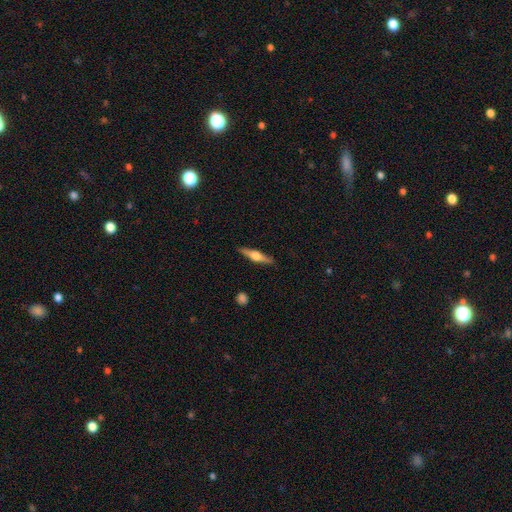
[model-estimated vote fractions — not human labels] A featured or disk galaxy (66%) viewed edge-on (97%) with a rounded central bulge (92%).

Vote fractions:
- Smooth or featured? featured or disk: 66% / smooth: 28% / star or artifact: 6%
- Edge-on disk? yes: 97% / no: 3%
- Edge-on bulge? rounded: 92% / boxy: 6% / none: 2%
- Merging? none: 89% / minor disturbance: 8% / major disturbance: 2% / merger: 1%